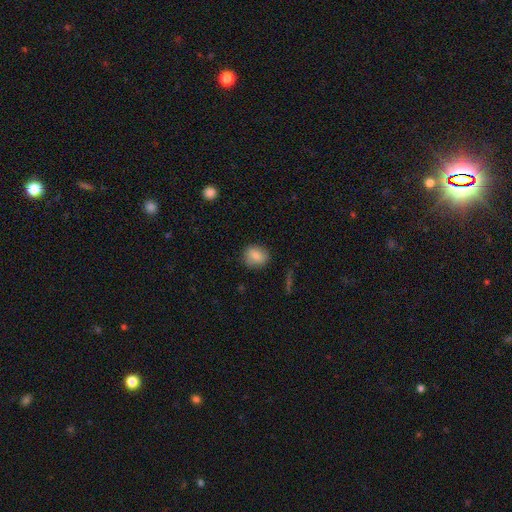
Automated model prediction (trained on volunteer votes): Morphology: type=smooth (83%); roundness=round (72%); merging=none (85%).